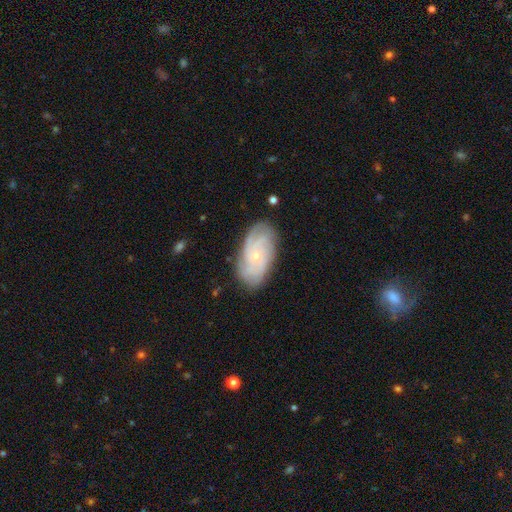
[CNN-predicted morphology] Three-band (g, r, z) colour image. It shows a featured or disk galaxy (72%) with no bar (79%), tight (64%) spiral arms (92%) and a small central bulge (80%). Merging: none (80%).